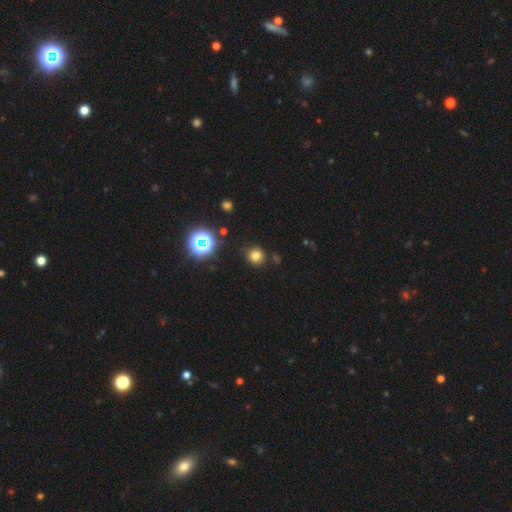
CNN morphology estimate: This appears to be a smooth galaxy with no disk features (75%) that is round (88%). Merging: none (87%).